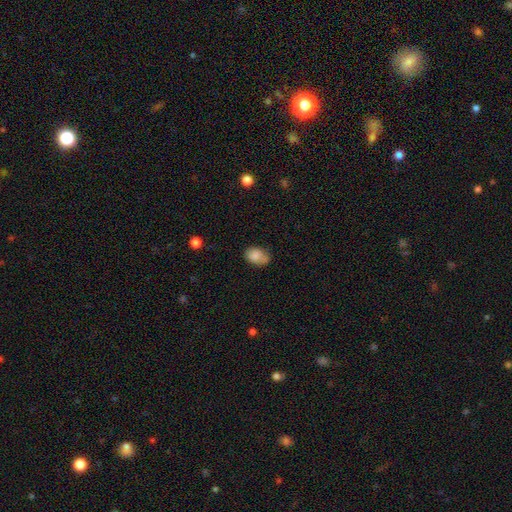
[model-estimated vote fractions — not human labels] smooth 82%, star or artifact 9%, featured or disk 9%. Down the decision tree: how rounded — in between (71%); merging — none (51%).